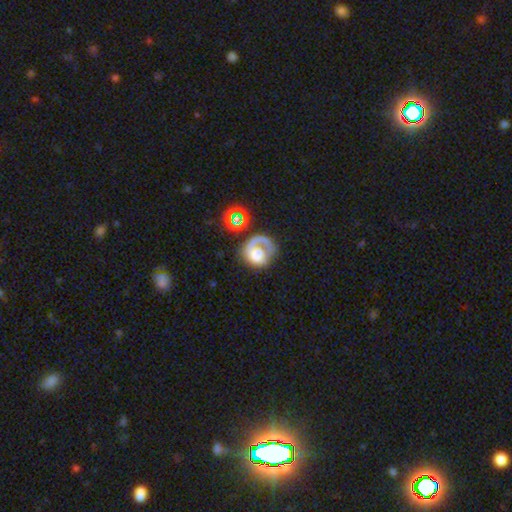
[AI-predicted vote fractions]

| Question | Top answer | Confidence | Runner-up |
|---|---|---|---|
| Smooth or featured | featured or disk | 60% | smooth (32%) |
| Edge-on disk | no | 98% | yes (2%) |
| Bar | no | 79% | weak (17%) |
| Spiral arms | yes | 73% | no (27%) |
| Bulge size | large | 38% | moderate (32%) |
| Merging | none | 44% | major disturbance (31%) |